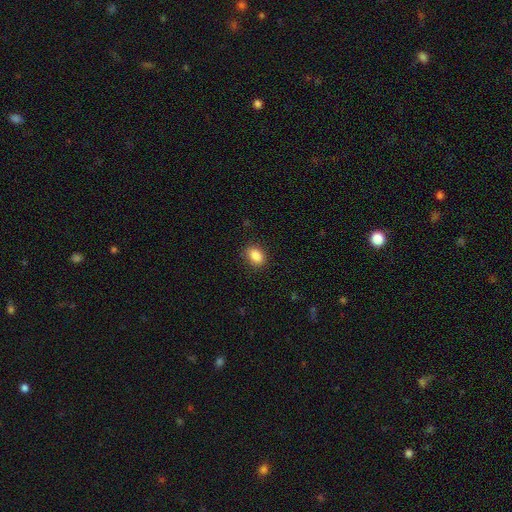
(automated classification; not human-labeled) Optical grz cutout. It shows a smooth galaxy with no disk features (87%) that is in between round and cigar-shaped (79%). Merging: none (87%).